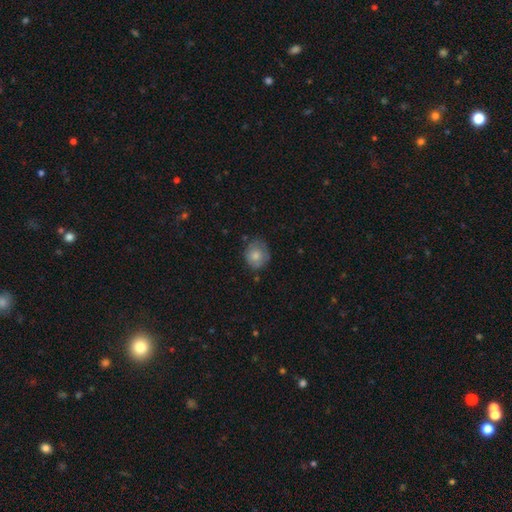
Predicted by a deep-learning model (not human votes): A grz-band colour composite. It shows a smooth galaxy with no disk features (75%) that is round (82%). Merging: none (69%).